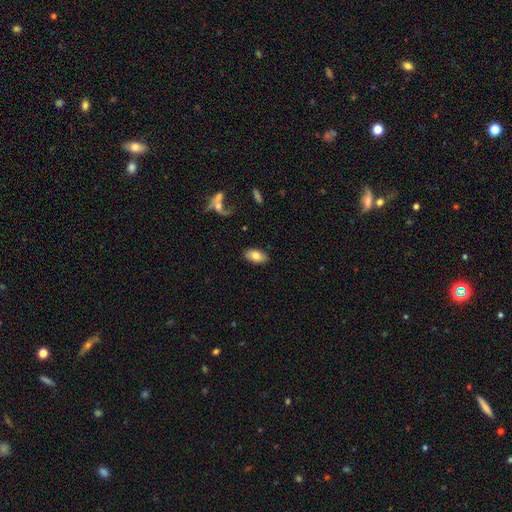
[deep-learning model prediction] Smooth or featured?
  - smooth: 76% *
  - featured or disk: 17%
  - star or artifact: 7%
How rounded?
  - in between: 94% *
  - round: 4%
  - cigar-shaped: 2%
Merging?
  - none: 87% *
  - minor disturbance: 9%
  - major disturbance: 2%
  - merger: 2%